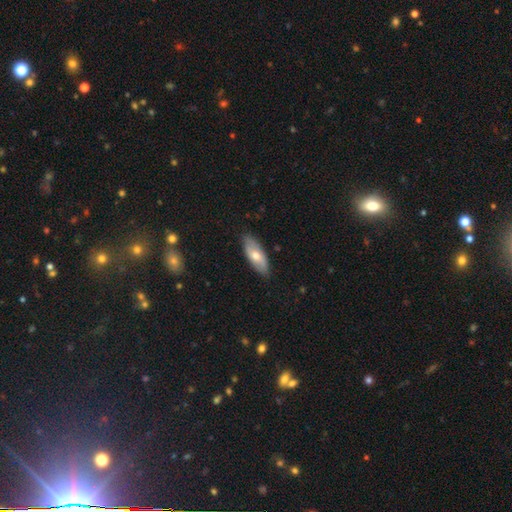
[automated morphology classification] Smooth or featured? Predicted: smooth (p=0.60). How rounded? Predicted: in between (p=0.80). Merging? Predicted: none (p=0.84).